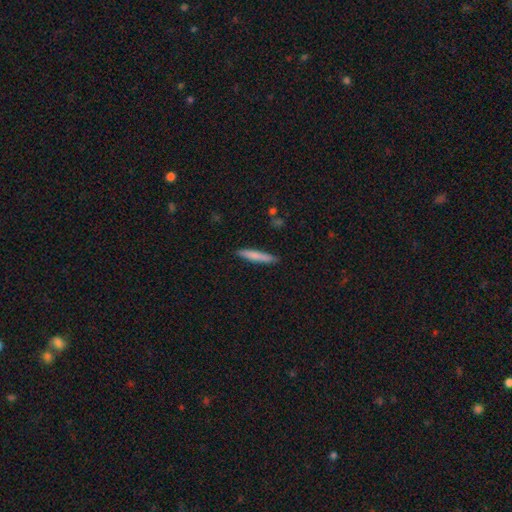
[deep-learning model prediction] The model was most divided on "smooth or featured": smooth: 76%, featured or disk: 18%, star or artifact: 6%. More confident: how rounded — cigar-shaped (94%); merging — none (88%).